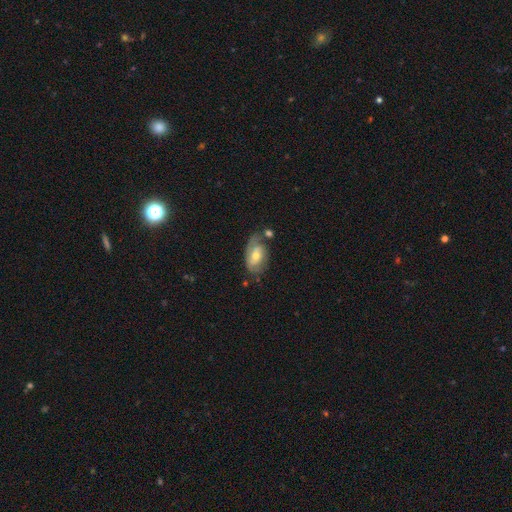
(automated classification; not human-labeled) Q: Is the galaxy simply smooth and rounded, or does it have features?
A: featured or disk — 59%.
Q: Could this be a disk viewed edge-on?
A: no — 93%.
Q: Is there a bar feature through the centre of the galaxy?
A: no — 47%.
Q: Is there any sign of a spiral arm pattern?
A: yes — 73%.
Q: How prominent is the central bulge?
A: moderate — 64%.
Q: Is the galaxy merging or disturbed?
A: none — 51%.